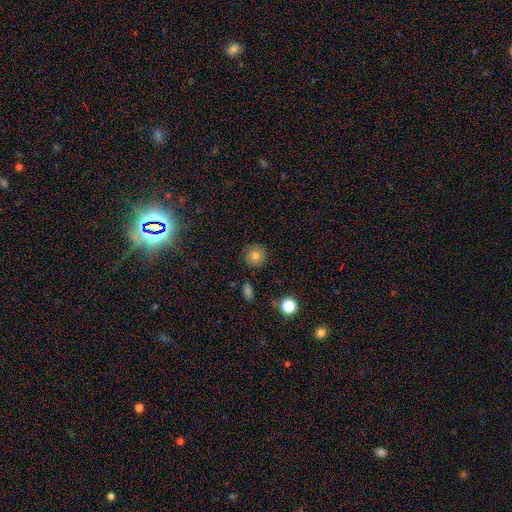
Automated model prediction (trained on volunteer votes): Smooth or featured: smooth — 77% (star or artifact — 12%)
How rounded: round — 93% (in between — 6%)
Merging: none — 88% (minor disturbance — 9%)